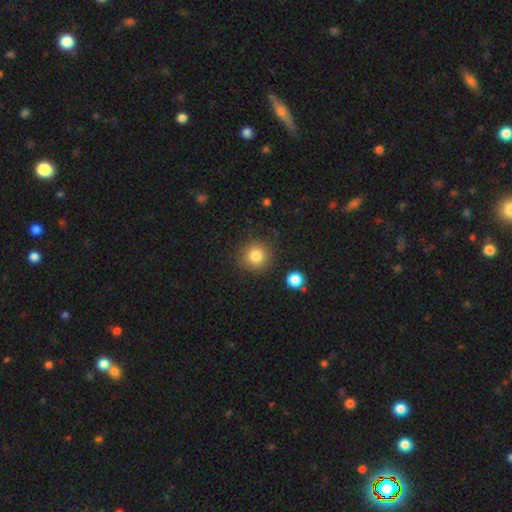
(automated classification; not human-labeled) smooth 84%, star or artifact 10%, featured or disk 6%. Down the decision tree: how rounded — round (93%); merging — none (86%).